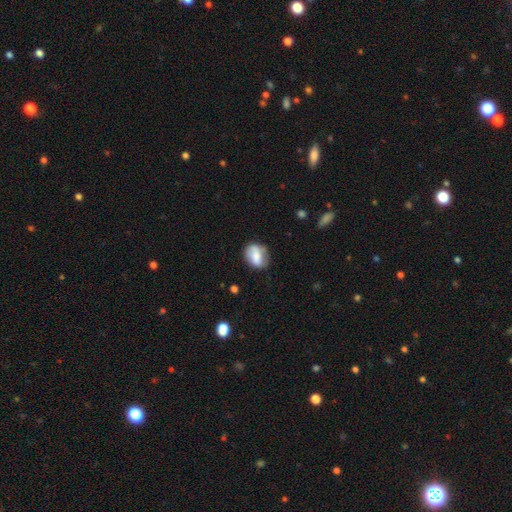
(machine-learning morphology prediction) smooth-or-featured: smooth: 67% | featured or disk: 25% | star or artifact: 8%
  how-rounded: in between: 63% | round: 36% | cigar-shaped: 2%
  merging: none: 65% | minor disturbance: 25% | major disturbance: 7% | merger: 3%